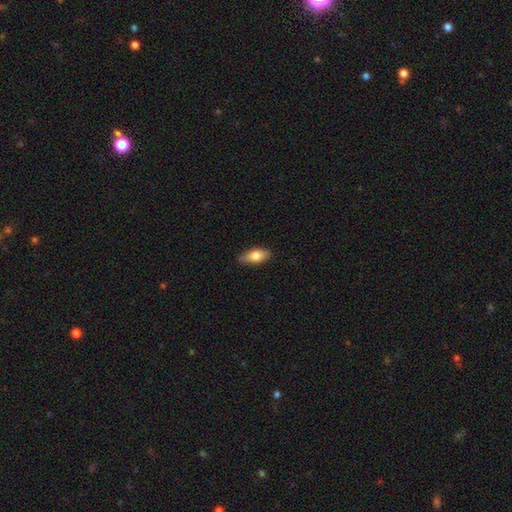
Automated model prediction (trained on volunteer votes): Morphology: type=smooth (77%); roundness=in between (82%); merging=none (83%).